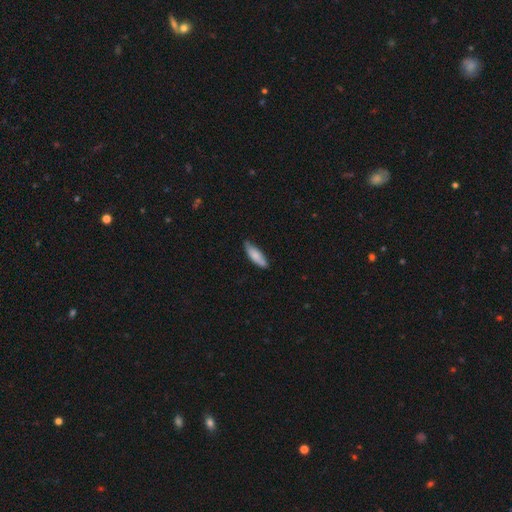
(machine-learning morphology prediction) This is clearly a smooth galaxy (80%). How rounded: possibly cigar-shaped (53%). Merging: likely none (75%).